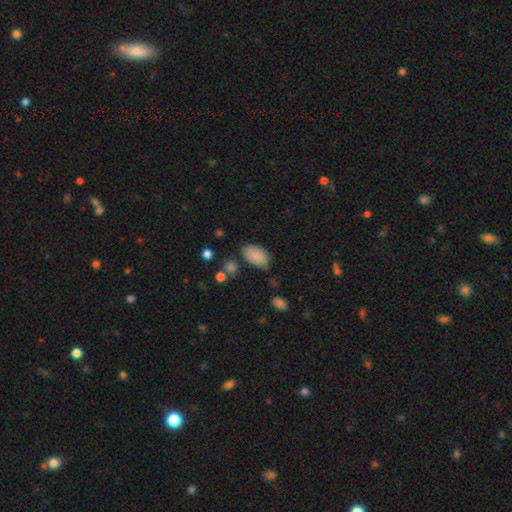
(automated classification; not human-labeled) This appears to be a smooth galaxy with no disk features (86%) that is in between round and cigar-shaped (94%). Merging: none (67%).